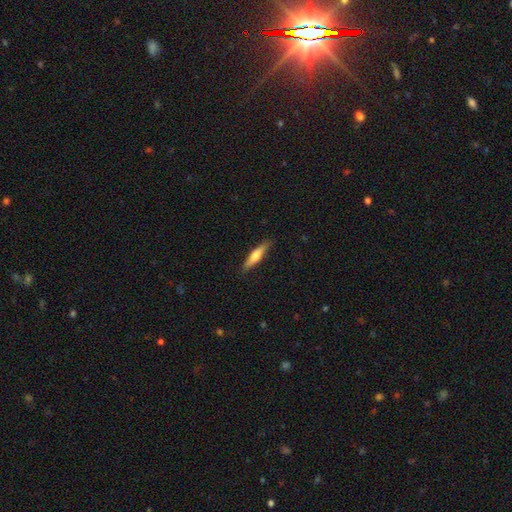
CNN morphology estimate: A smooth galaxy with no disk features (55%) that is cigar-shaped (80%). Merging: none (87%).